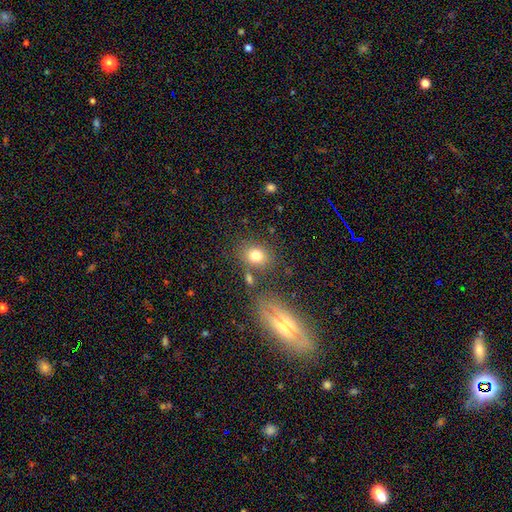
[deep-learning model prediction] Smooth or featured?
  - smooth: 76% *
  - star or artifact: 12%
  - featured or disk: 12%
How rounded?
  - round: 54% *
  - in between: 45%
  - cigar-shaped: 1%
Merging?
  - none: 71% *
  - minor disturbance: 13%
  - merger: 11%
  - major disturbance: 5%